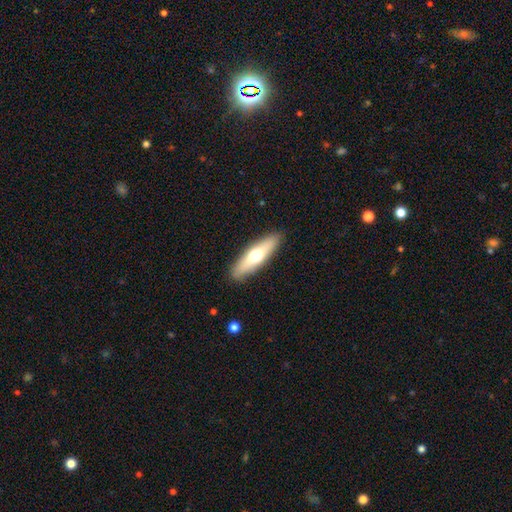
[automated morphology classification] smooth 57%, featured or disk 37%, star or artifact 5%. Down the decision tree: how rounded — cigar-shaped (64%); merging — none (89%).